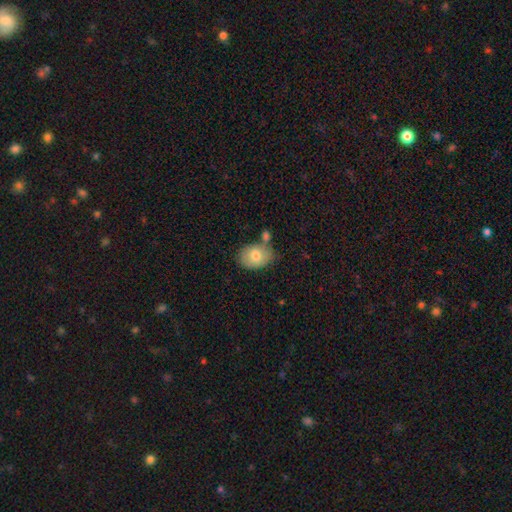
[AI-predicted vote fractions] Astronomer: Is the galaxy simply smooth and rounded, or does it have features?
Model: smooth — 76%.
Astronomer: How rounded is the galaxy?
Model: in between — 76%.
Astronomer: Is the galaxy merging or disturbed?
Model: none — 61%.